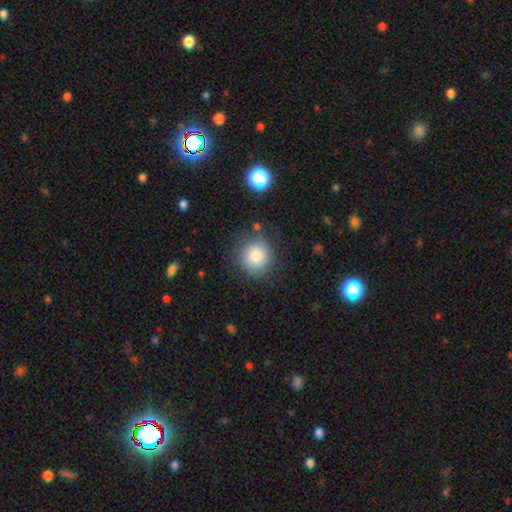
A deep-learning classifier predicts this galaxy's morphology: smooth 83%, star or artifact 10%, featured or disk 7%. Down the decision tree: how rounded — round (86%); merging — none (80%).